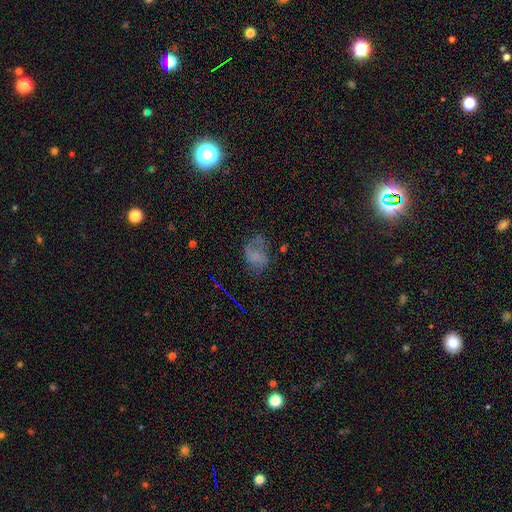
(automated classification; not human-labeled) Q: Smooth or featured?
A: smooth (46%); runner-up: featured or disk (36%)
Q: Merging?
A: none (43%); runner-up: major disturbance (27%)